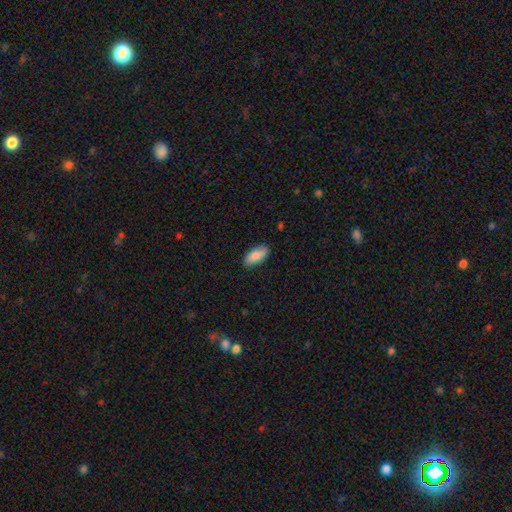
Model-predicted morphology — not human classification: Overall: smooth (84%). How rounded: in between (90%). Merging: none (86%).